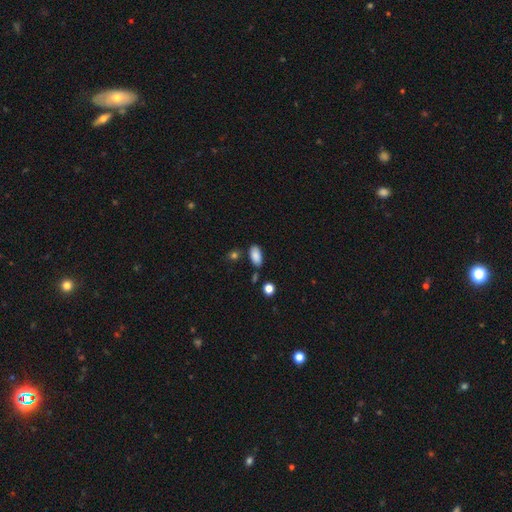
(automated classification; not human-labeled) Smooth or featured?
  - smooth: 86% *
  - star or artifact: 8%
  - featured or disk: 6%
How rounded?
  - in between: 92% *
  - cigar-shaped: 5%
  - round: 3%
Merging?
  - none: 78% *
  - minor disturbance: 14%
  - merger: 5%
  - major disturbance: 3%